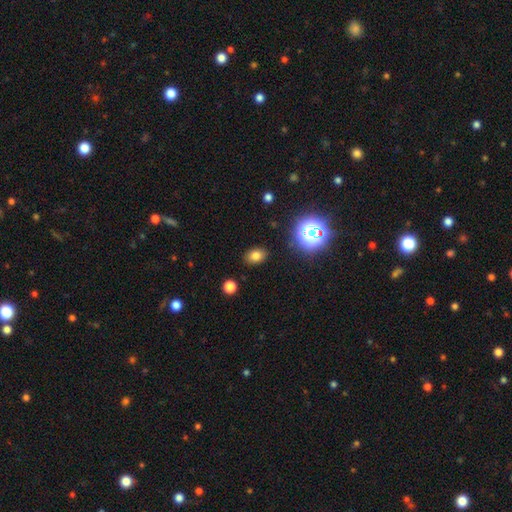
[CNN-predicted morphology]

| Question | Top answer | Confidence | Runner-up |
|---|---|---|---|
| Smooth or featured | smooth | 76% | star or artifact (16%) |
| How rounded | in between | 74% | round (25%) |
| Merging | none | 87% | minor disturbance (9%) |